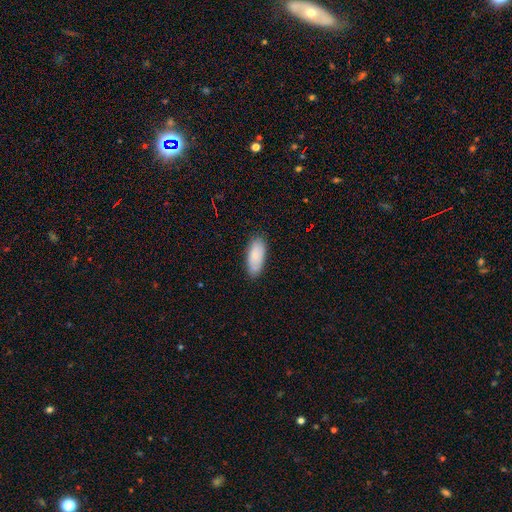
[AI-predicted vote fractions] Smooth or featured?
  - smooth: 80% *
  - featured or disk: 13%
  - star or artifact: 6%
How rounded?
  - in between: 86% *
  - cigar-shaped: 12%
  - round: 2%
Merging?
  - none: 82% *
  - minor disturbance: 15%
  - major disturbance: 3%
  - merger: 1%